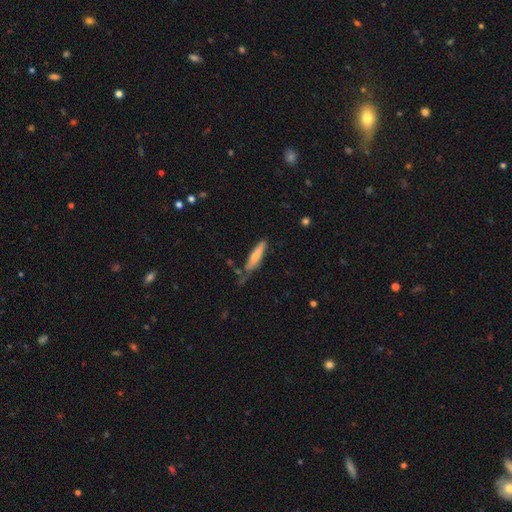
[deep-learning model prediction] smooth_or_featured: smooth (p=0.67) [alt: featured or disk p=0.27]
how_rounded: cigar-shaped (p=0.81) [alt: in between p=0.18]
merging: none (p=0.51) [alt: minor disturbance p=0.30]